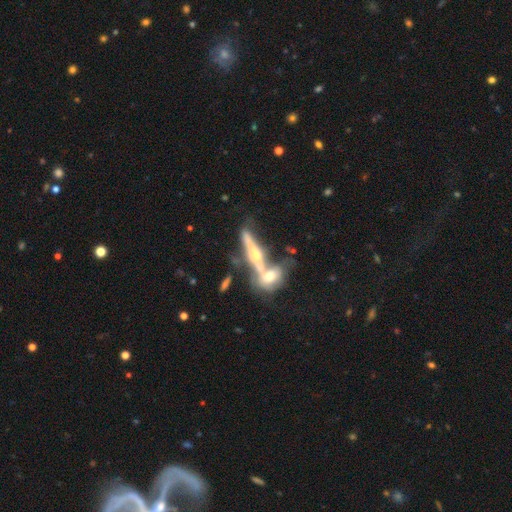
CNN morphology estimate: Smooth or featured? featured or disk (67%)
Edge-on disk? yes (74%)
Merging? merger (57%)